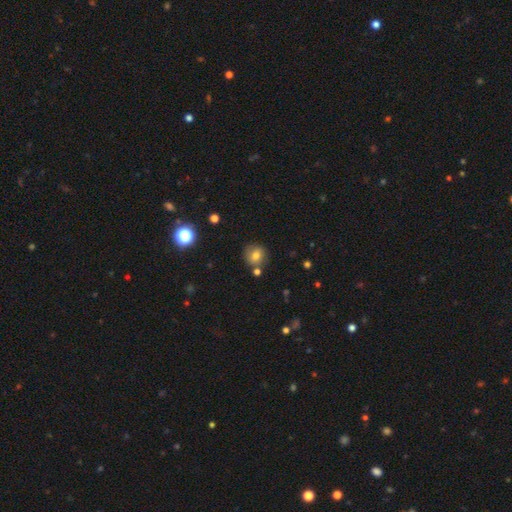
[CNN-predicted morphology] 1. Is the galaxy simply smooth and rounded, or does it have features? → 73% smooth, 14% star or artifact, 14% featured or disk.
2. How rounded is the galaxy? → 87% round, 12% in between, 1% cigar-shaped.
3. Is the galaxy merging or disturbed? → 76% none, 12% minor disturbance, 9% merger, 3% major disturbance.